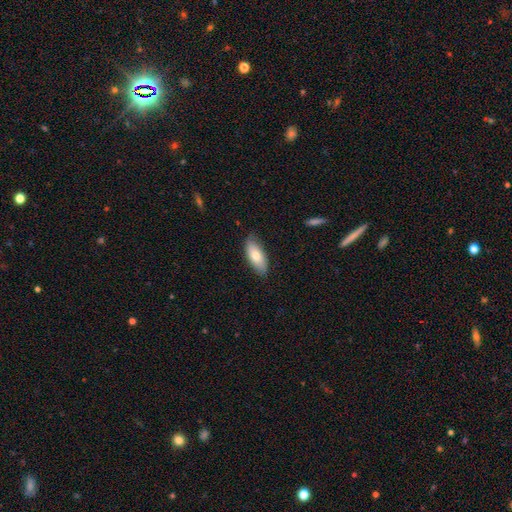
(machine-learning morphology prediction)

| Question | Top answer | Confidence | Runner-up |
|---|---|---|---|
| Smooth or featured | smooth | 74% | featured or disk (20%) |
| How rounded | in between | 86% | cigar-shaped (12%) |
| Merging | none | 79% | minor disturbance (17%) |